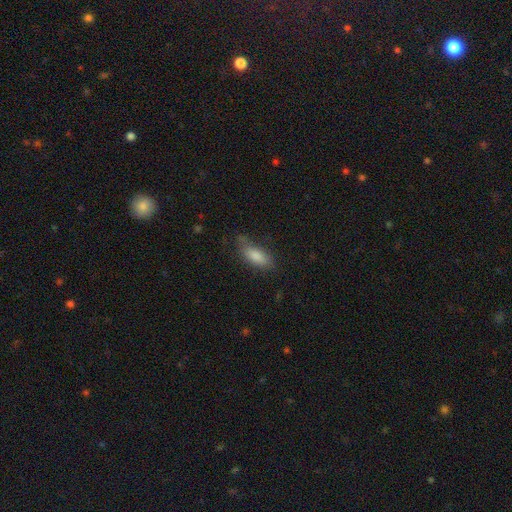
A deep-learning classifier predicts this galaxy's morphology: smooth_or_featured: smooth (p=0.81) [alt: featured or disk p=0.11]
how_rounded: in between (p=0.75) [alt: cigar-shaped p=0.23]
merging: none (p=0.67) [alt: minor disturbance p=0.24]